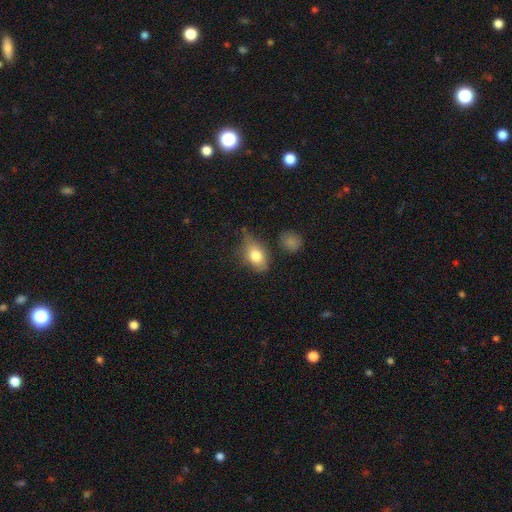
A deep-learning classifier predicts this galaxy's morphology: type=smooth (77%); roundness=in between (83%); merging=none (62%).